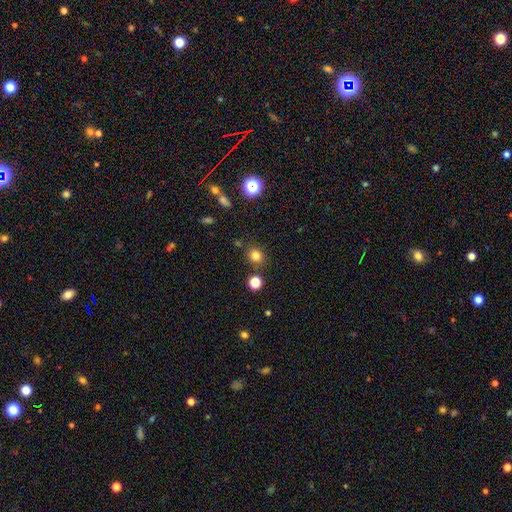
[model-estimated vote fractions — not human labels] Q: Smooth or featured?
A: smooth (78%); runner-up: star or artifact (16%)
Q: How rounded?
A: round (82%); runner-up: in between (17%)
Q: Merging?
A: none (83%); runner-up: minor disturbance (9%)